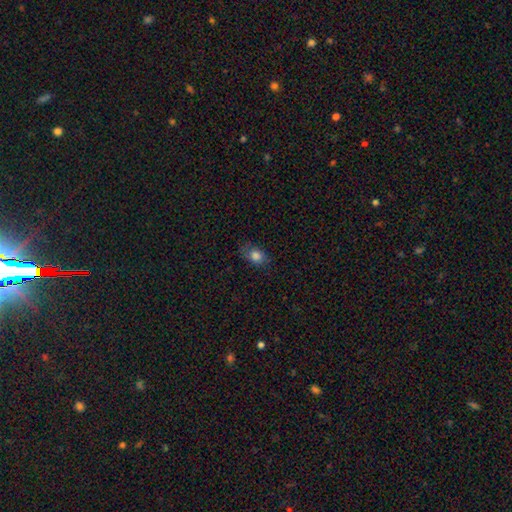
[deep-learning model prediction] Smooth or featured? smooth (82%)
How rounded? in between (71%)
Merging? none (71%)